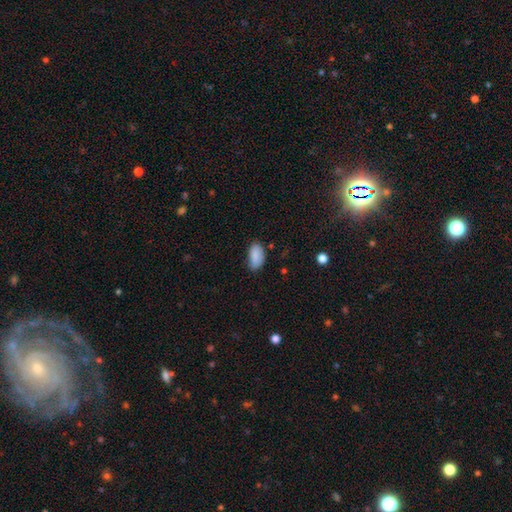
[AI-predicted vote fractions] Overall: smooth (87%). How rounded: in between (94%). Merging: none (65%; minor disturbance 28%).